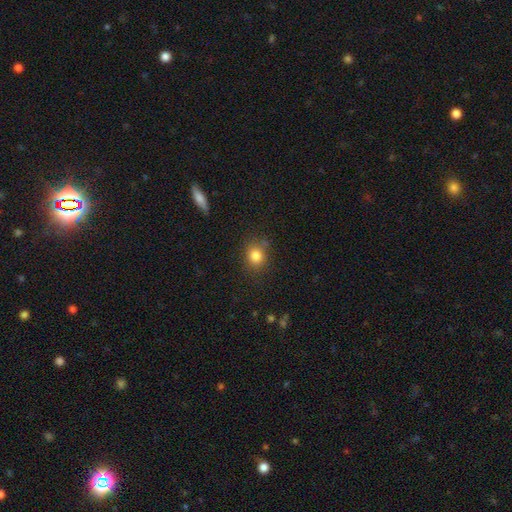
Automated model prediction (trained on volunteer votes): A smooth galaxy with no disk features (83%) that is round (74%). Merging: none (80%).